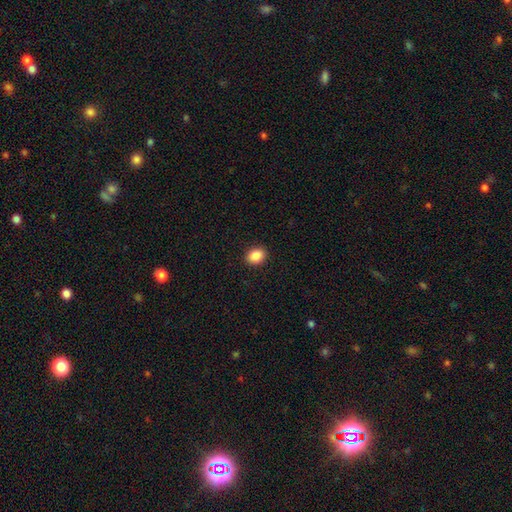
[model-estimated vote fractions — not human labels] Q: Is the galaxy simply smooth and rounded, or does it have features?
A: smooth — 88%.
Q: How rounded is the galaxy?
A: in between — 58%.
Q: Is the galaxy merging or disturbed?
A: none — 91%.